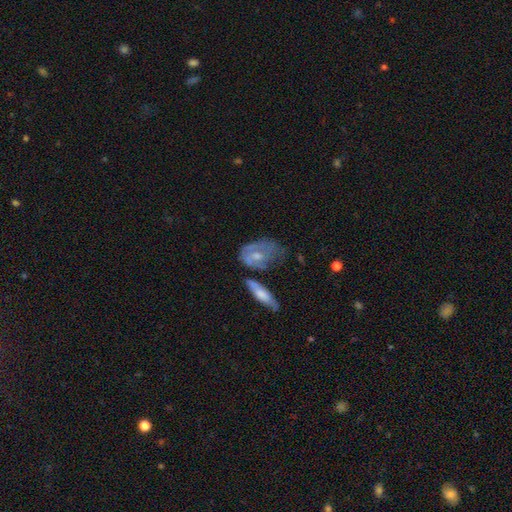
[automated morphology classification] Overall: featured or disk (50%; smooth 42%). Edge-on disk: no (88%). Merging: none (36%; minor disturbance 29%).